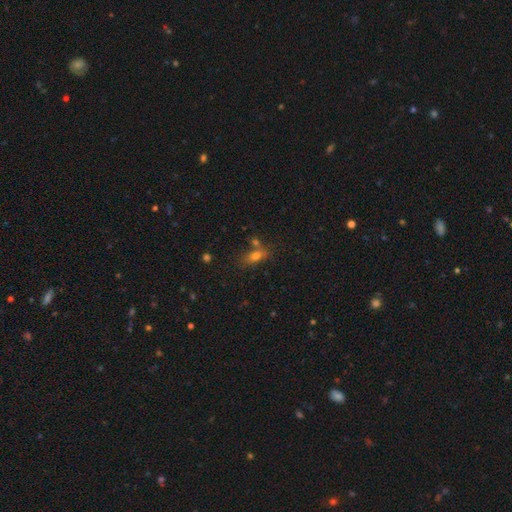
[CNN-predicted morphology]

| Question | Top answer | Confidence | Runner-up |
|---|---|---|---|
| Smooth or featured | smooth | 70% | featured or disk (16%) |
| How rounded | in between | 73% | cigar-shaped (16%) |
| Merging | none | 57% | merger (22%) |